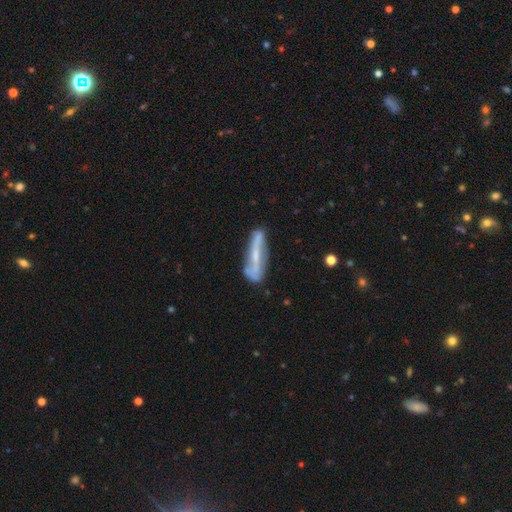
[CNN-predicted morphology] This is likely a featured or disk galaxy (63%). It is possibly not viewed edge-on (60%). Merging: likely none (66%).